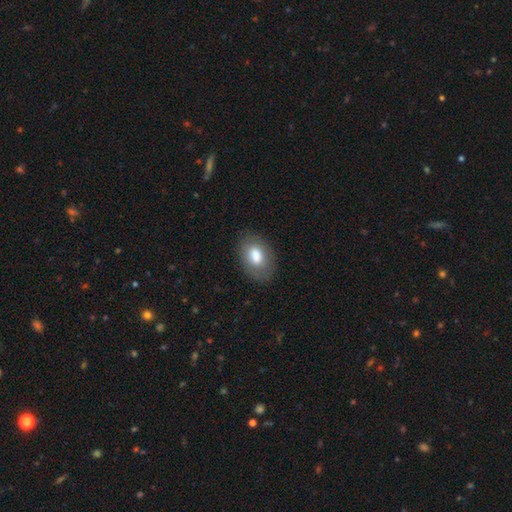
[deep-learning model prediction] A smooth galaxy with no disk features (79%) that is in between round and cigar-shaped (87%). Merging: none (81%).